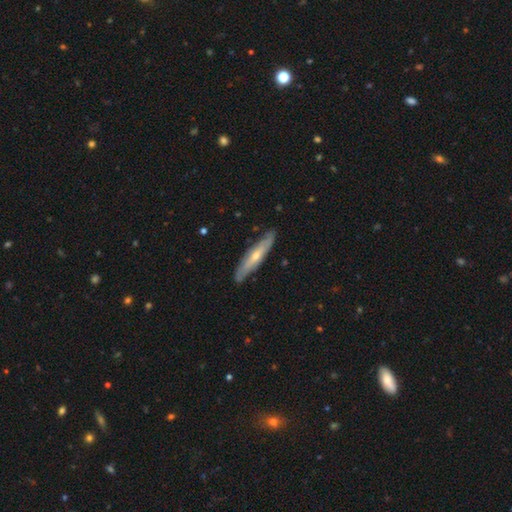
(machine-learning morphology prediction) smooth-or-featured: featured or disk: 60% | smooth: 34% | star or artifact: 6%
  disk-edge-on: yes: 67% | no: 33%
  merging: none: 85% | minor disturbance: 12% | major disturbance: 2% | merger: 1%